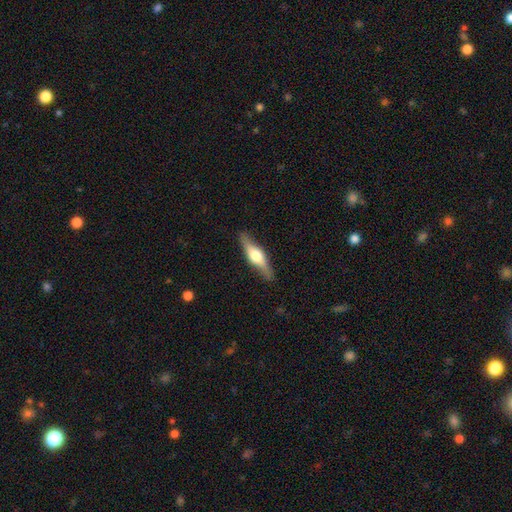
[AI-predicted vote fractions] Smooth or featured? featured or disk (66%)
Edge-on disk? yes (93%)
Edge-on bulge? rounded (91%)
Merging? none (87%)